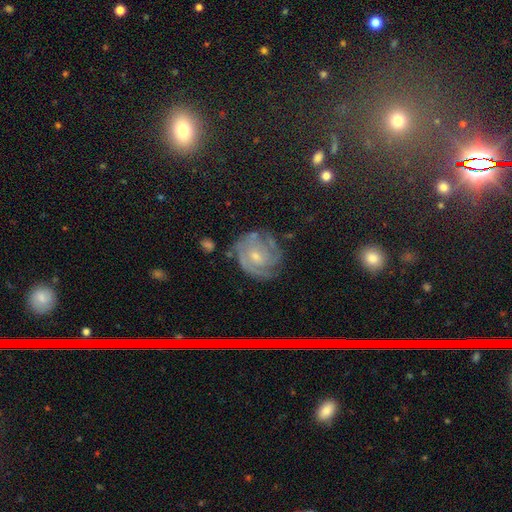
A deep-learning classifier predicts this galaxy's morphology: This appears to be a featured or disk galaxy (77%) with no bar (65%), tight (65%) spiral arms (93%) and a small central bulge (60%). Merging: none (68%).